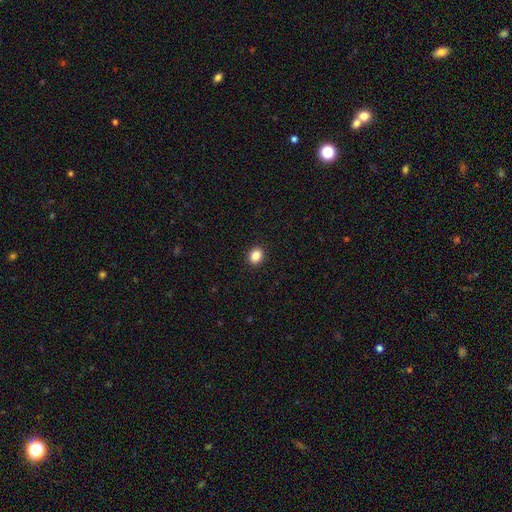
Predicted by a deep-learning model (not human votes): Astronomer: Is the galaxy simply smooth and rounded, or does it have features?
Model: smooth — 86%.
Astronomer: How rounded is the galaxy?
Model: round — 63%.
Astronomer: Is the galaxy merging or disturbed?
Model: none — 92%.